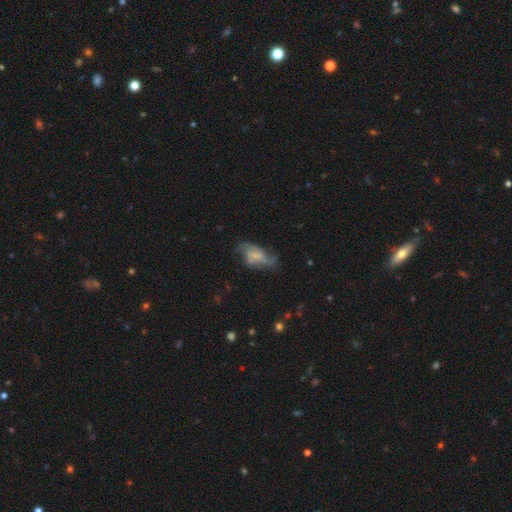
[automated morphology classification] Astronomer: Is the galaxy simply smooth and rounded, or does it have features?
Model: featured or disk — 62%.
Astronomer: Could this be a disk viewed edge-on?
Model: no — 94%.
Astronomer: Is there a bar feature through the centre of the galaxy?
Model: no — 59%.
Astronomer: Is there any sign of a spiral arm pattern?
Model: yes — 81%.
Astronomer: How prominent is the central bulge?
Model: small — 50% (runner-up: none, 25%).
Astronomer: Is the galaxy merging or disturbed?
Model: none — 47% (runner-up: minor disturbance, 25%).